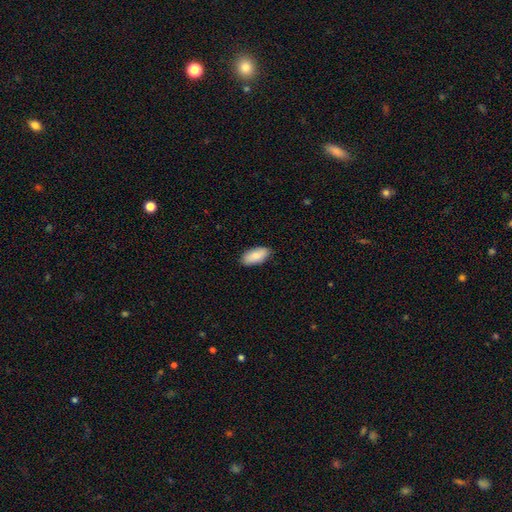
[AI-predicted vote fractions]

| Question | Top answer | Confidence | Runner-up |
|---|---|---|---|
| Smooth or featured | smooth | 86% | featured or disk (9%) |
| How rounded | in between | 91% | cigar-shaped (7%) |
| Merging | none | 87% | minor disturbance (10%) |